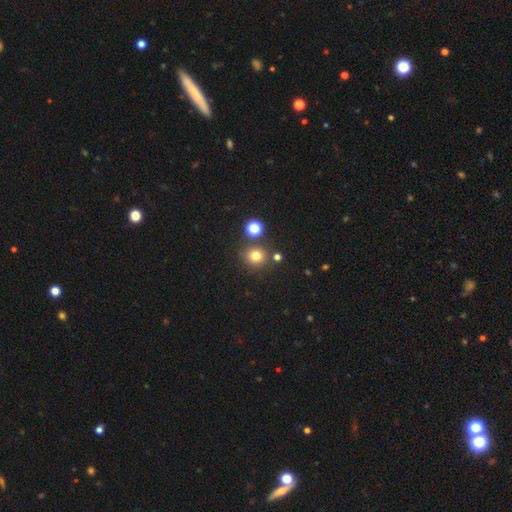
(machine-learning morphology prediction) smooth-or-featured: smooth: 75% | star or artifact: 18% | featured or disk: 7%
  how-rounded: round: 92% | in between: 7% | cigar-shaped: 1%
  merging: none: 80% | merger: 9% | minor disturbance: 7% | major disturbance: 3%